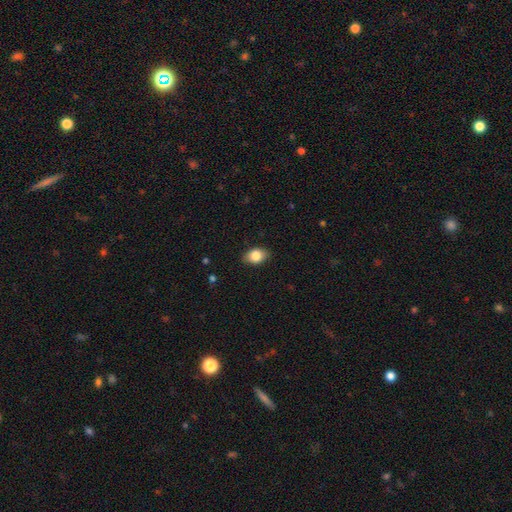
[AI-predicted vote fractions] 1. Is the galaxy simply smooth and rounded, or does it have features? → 82% smooth, 11% featured or disk, 8% star or artifact.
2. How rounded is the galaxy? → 83% in between, 15% round, 2% cigar-shaped.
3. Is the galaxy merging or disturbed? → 86% none, 11% minor disturbance, 2% major disturbance, 1% merger.